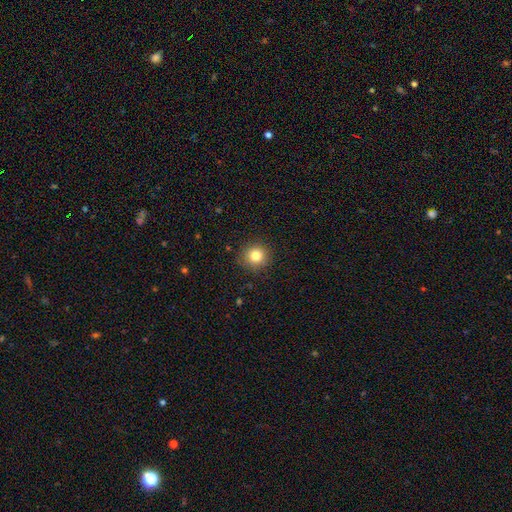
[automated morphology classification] Q: Smooth or featured?
A: smooth (81%); runner-up: star or artifact (12%)
Q: How rounded?
A: round (93%); runner-up: in between (6%)
Q: Merging?
A: none (90%); runner-up: minor disturbance (7%)